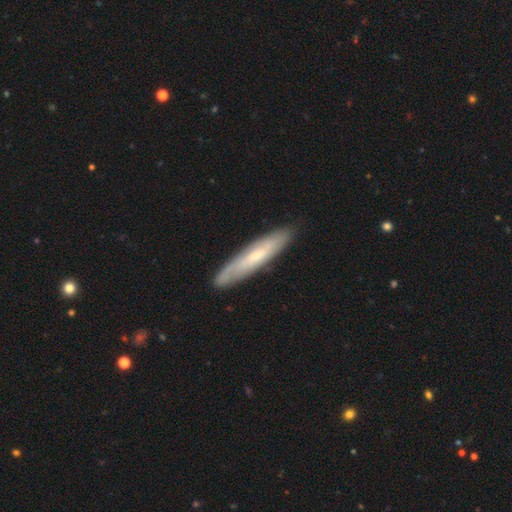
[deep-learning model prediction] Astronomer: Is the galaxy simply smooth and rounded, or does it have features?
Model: smooth — 48% (runner-up: featured or disk, 46%).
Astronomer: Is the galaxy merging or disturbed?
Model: none — 85%.